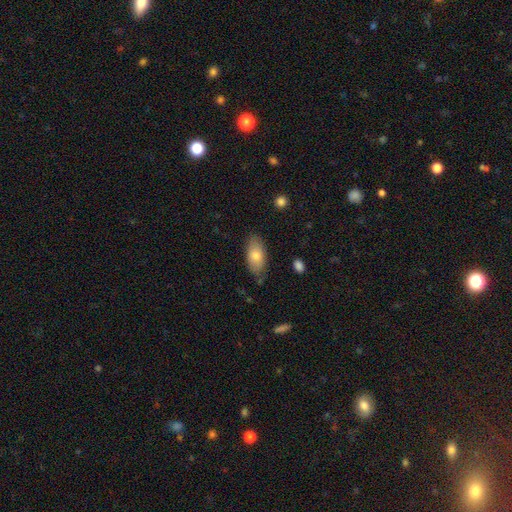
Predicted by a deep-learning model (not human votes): The model was most divided on "smooth or featured": smooth: 75%, featured or disk: 18%, star or artifact: 6%. More confident: how rounded — in between (91%); merging — none (79%).